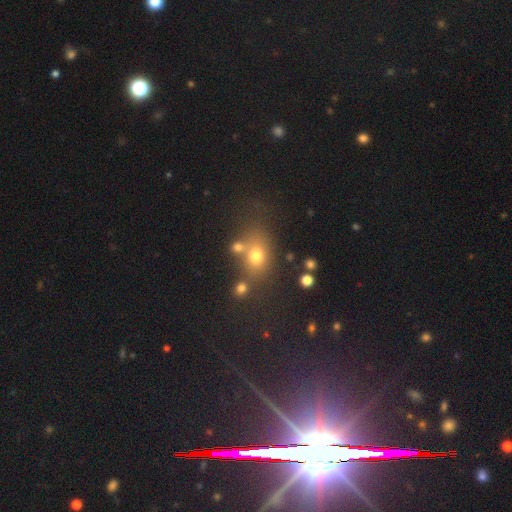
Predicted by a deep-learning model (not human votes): Smooth or featured? smooth (68%)
How rounded? in between (53%)
Merging? none (58%)